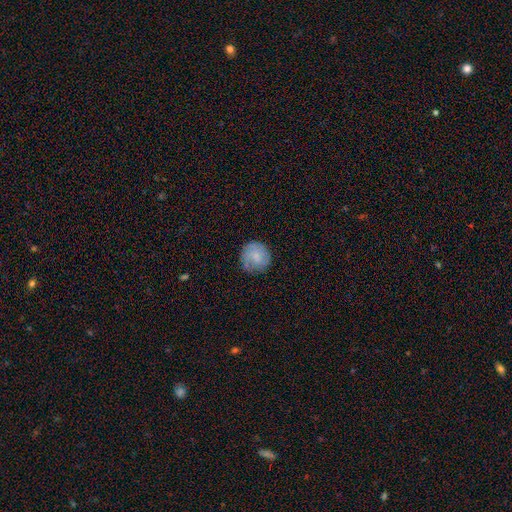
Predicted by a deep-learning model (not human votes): This is likely a smooth galaxy (65%). How rounded: clearly round (92%). Merging: likely none (75%).